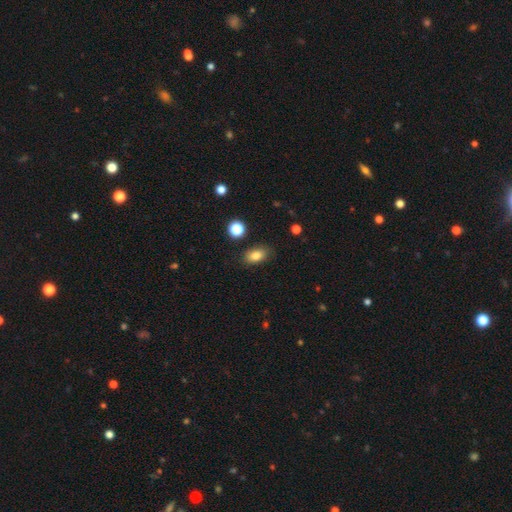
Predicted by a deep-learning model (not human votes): A smooth galaxy with no disk features (82%) that is in between round and cigar-shaped (85%). Merging: none (84%).